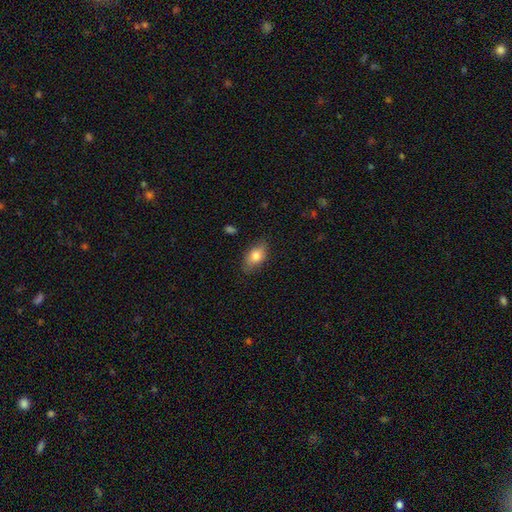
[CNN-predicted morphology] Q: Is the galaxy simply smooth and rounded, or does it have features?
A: smooth — 77%.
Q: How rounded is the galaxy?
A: in between — 87%.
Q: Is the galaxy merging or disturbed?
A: none — 82%.